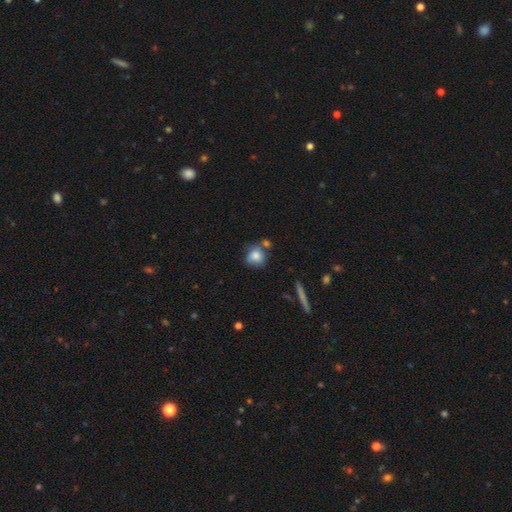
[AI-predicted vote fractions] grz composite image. It shows a smooth galaxy with no disk features (80%) that is round (77%). Merging: none (56%).